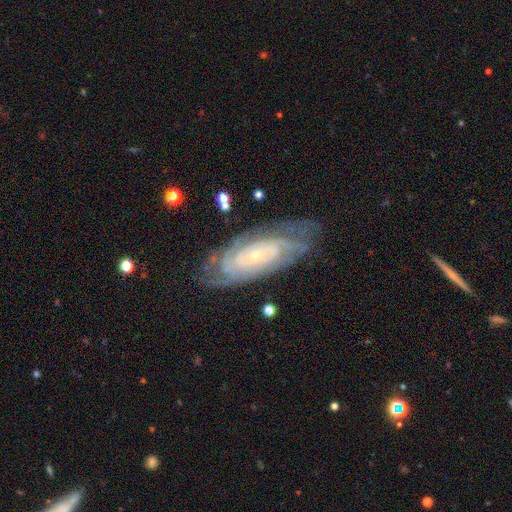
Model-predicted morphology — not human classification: featured or disk 85%, smooth 9%, star or artifact 6%. Down the decision tree: edge-on disk — no (92%); bar — no (74%); spiral arms — yes (95%); spiral arm count — can't tell (41%); spiral winding — tight (77%); bulge size — small (81%); merging — none (74%).